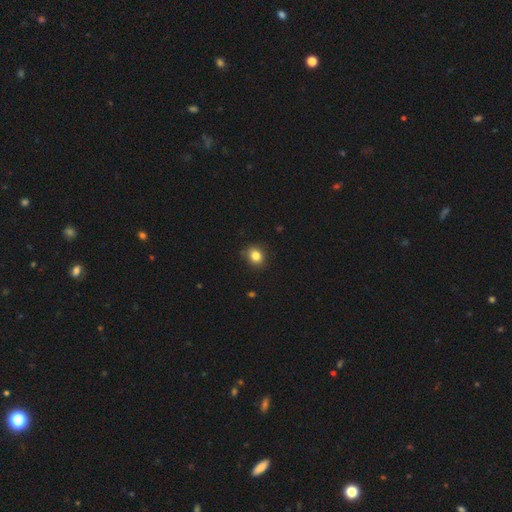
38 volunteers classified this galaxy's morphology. type=smooth (89%); roundness=round (53%); merging=none (89%).